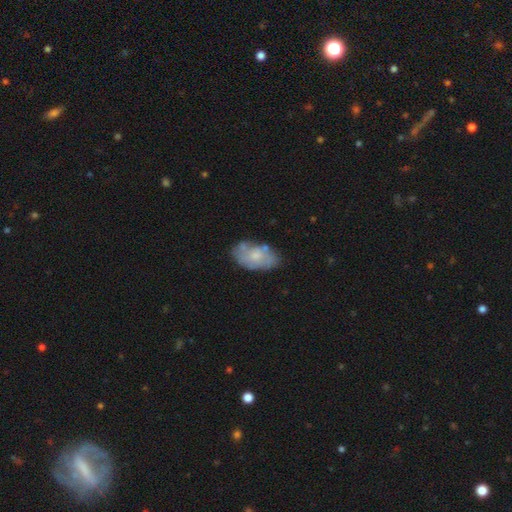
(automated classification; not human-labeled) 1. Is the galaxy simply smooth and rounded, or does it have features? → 50% smooth, 43% featured or disk, 7% star or artifact.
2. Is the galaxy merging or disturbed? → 63% none, 25% minor disturbance, 8% major disturbance, 5% merger.